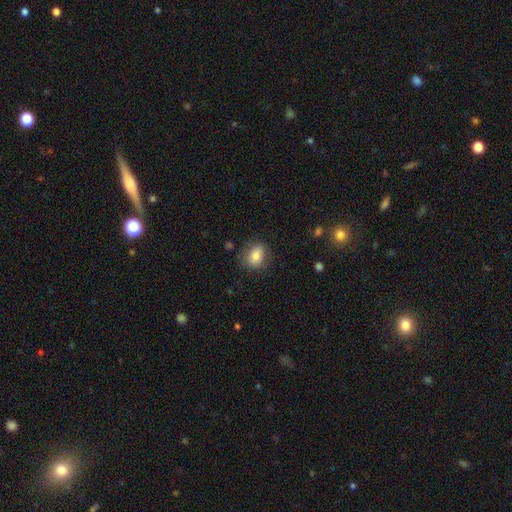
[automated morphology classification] A smooth galaxy with no disk features (79%) that is in between round and cigar-shaped (59%). Merging: none (77%).